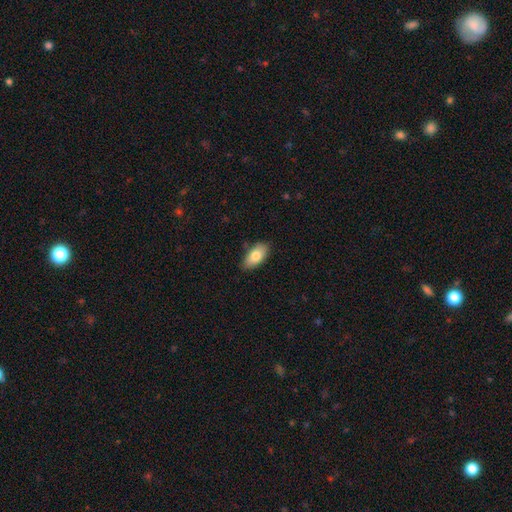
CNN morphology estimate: type=smooth (79%); roundness=in between (91%); merging=none (81%).